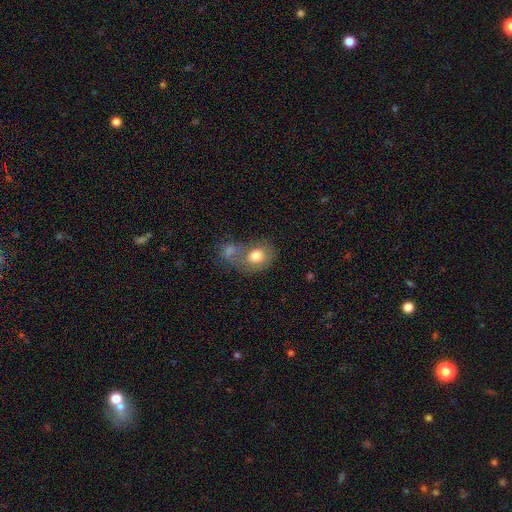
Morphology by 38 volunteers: This appears to be a smooth galaxy with no disk features (87%) that is in between round and cigar-shaped (67%). Merging: merger (44%).